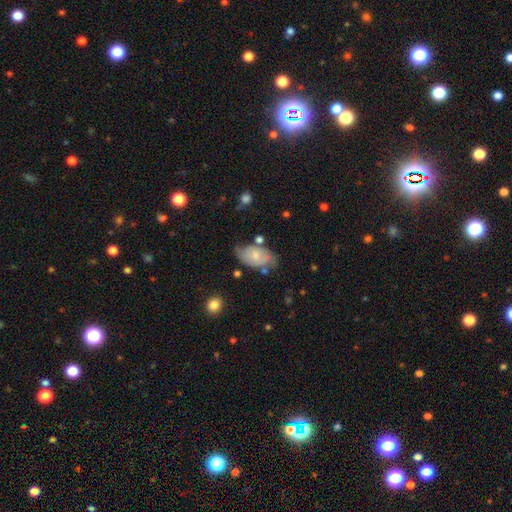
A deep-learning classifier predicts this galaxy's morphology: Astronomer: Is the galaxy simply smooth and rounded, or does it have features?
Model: smooth — 59% (runner-up: featured or disk, 34%).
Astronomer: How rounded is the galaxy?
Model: in between — 92%.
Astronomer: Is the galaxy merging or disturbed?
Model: none — 54% (runner-up: minor disturbance, 30%).